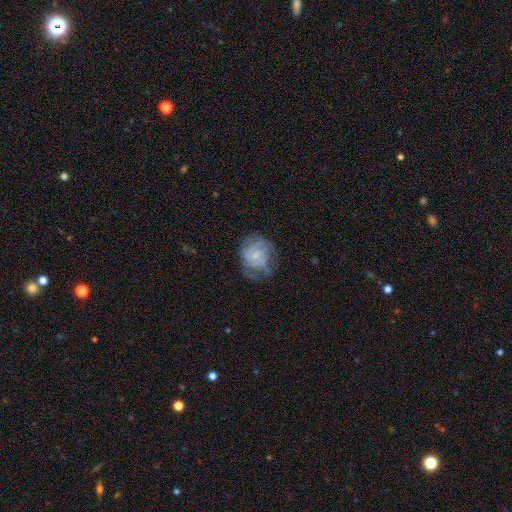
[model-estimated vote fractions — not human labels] Morphology: type=featured or disk (54%); edge-on=no (98%); bar=no (71%); spiral arms=yes (76%); bulge=small (65%); merging=none (51%).